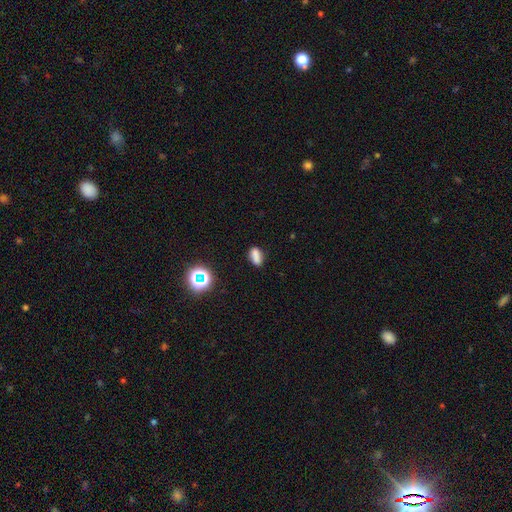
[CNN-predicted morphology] The model was most divided on "merging": none: 66%, minor disturbance: 15%, merger: 14%, major disturbance: 5%. More confident: how rounded — in between (76%); smooth or featured — smooth (74%).